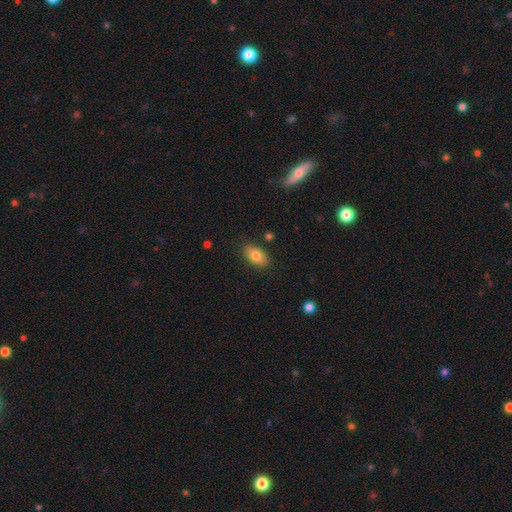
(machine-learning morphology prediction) Q: Smooth or featured?
A: smooth (79%); runner-up: featured or disk (13%)
Q: How rounded?
A: in between (90%); runner-up: round (7%)
Q: Merging?
A: none (85%); runner-up: minor disturbance (11%)